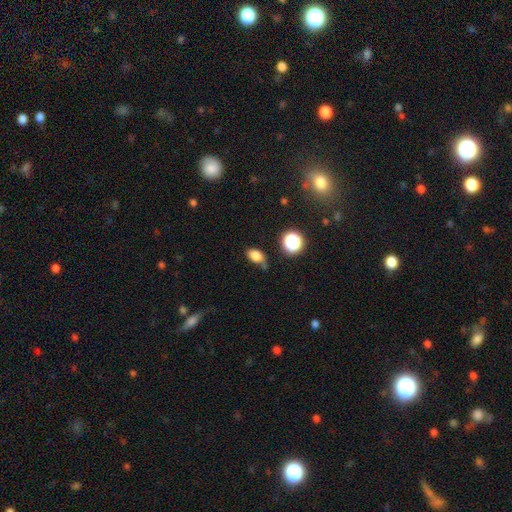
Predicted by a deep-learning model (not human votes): This appears to be a smooth galaxy with no disk features (78%) that is in between round and cigar-shaped (79%). Merging: none (51%).